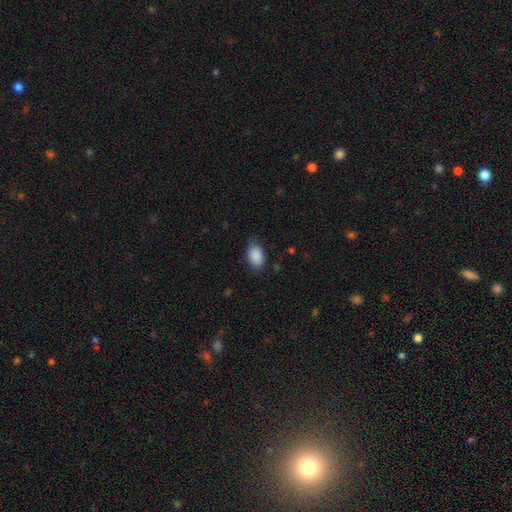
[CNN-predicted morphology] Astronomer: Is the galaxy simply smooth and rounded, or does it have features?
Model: smooth — 90%.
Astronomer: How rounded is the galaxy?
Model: in between — 87%.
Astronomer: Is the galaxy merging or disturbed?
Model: none — 76%.